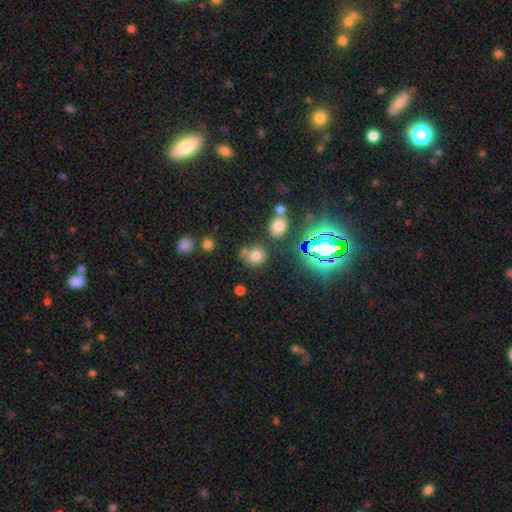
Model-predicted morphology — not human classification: smooth 69%, star or artifact 22%, featured or disk 9%. Down the decision tree: how rounded — round (82%); merging — none (67%).